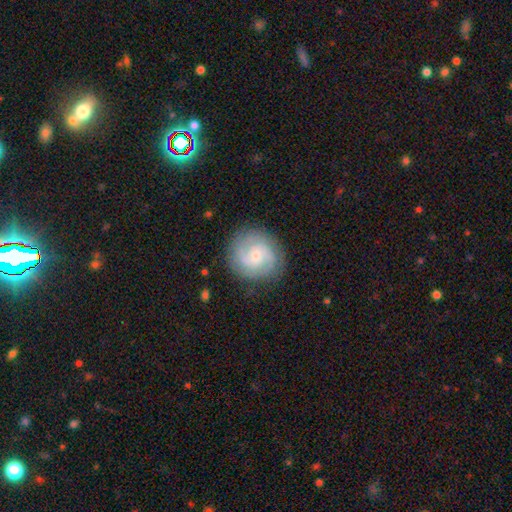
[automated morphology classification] This appears to be a featured or disk galaxy (80%) with no bar (59%), 2 (61%) tight (47%) spiral arms (96%) and a small central bulge (69%). Merging: none (85%).